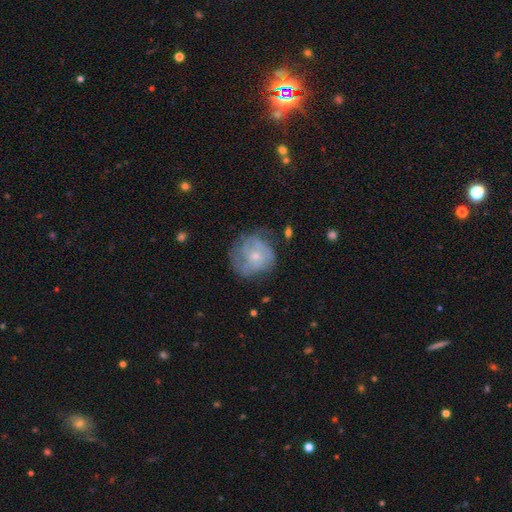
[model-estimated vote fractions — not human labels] A featured or disk galaxy (58%) with no bar (83%), spiral arms (66%) and a small central bulge (68%). Merging: none (55%).